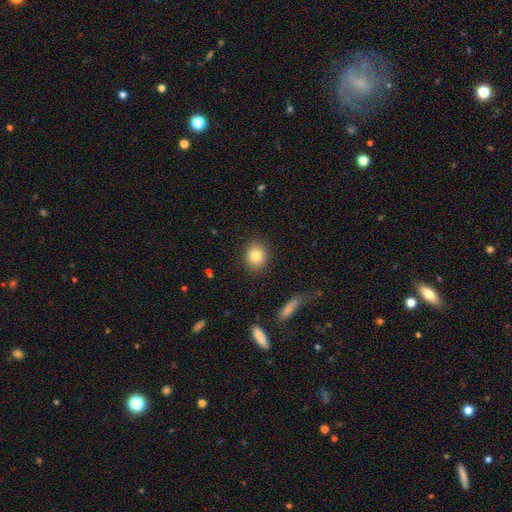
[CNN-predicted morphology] smooth-or-featured: smooth: 82% | star or artifact: 10% | featured or disk: 8%
  how-rounded: round: 71% | in between: 28% | cigar-shaped: 1%
  merging: none: 89% | minor disturbance: 8% | major disturbance: 2% | merger: 1%